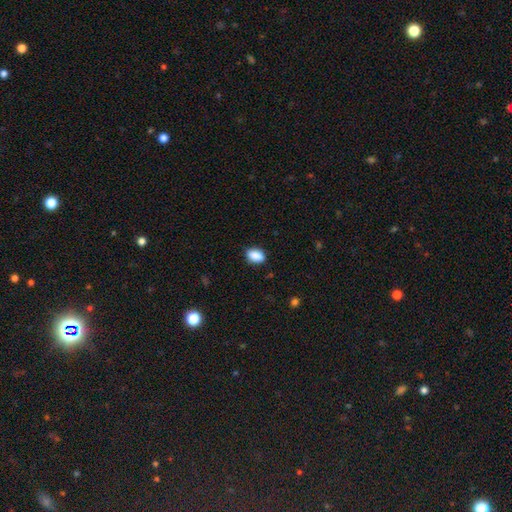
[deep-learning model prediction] A smooth galaxy with no disk features (89%) that is in between round and cigar-shaped (86%). Merging: none (85%).